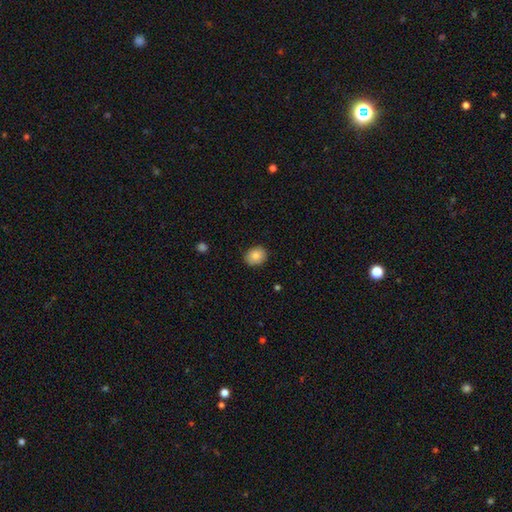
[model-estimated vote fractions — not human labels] This is clearly a smooth galaxy (85%). How rounded: possibly in between (52%). Merging: clearly none (87%).